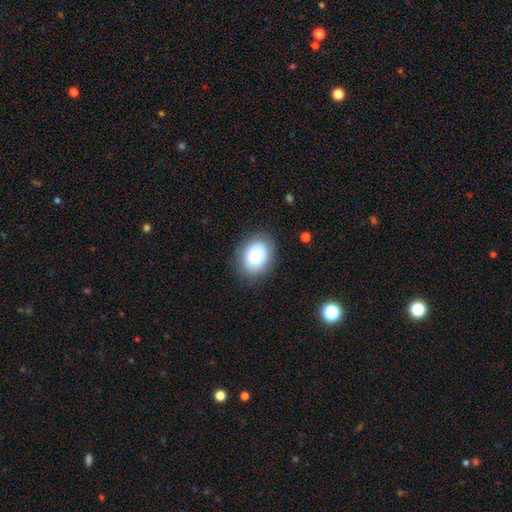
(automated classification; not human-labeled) A smooth galaxy with no disk features (85%) that is in between round and cigar-shaped (71%).

Vote fractions:
- Smooth or featured? smooth: 85% / featured or disk: 8% / star or artifact: 7%
- How rounded? in between: 71% / round: 29% / cigar-shaped: 1%
- Merging? none: 83% / minor disturbance: 12% / major disturbance: 4% / merger: 1%